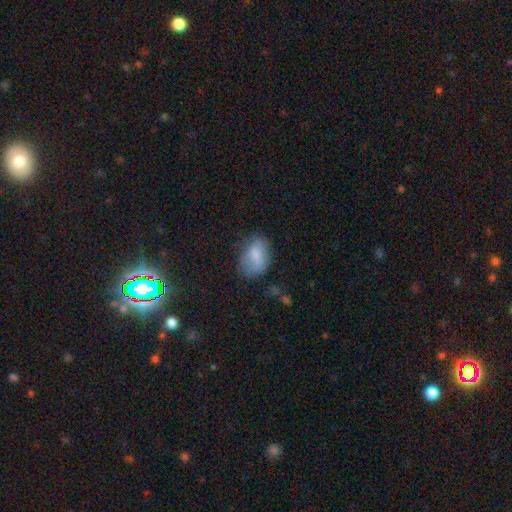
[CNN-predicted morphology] Overall: smooth (73%). How rounded: in between (83%). Merging: none (57%; minor disturbance 29%).